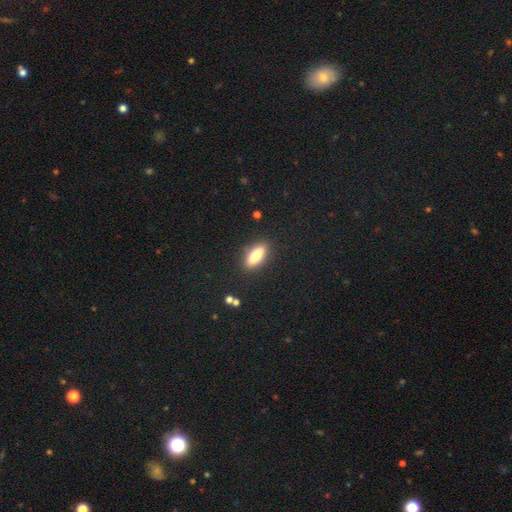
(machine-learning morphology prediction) This appears to be a smooth galaxy with no disk features (80%) that is in between round and cigar-shaped (77%). Merging: none (87%).